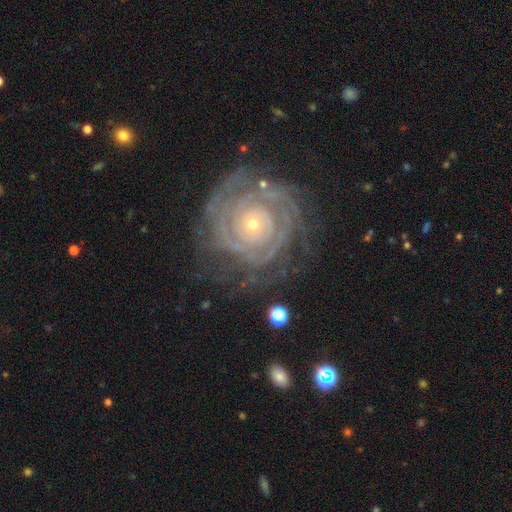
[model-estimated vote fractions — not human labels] featured or disk 81%, smooth 10%, star or artifact 9%. Down the decision tree: edge-on disk — no (97%); bar — no (79%); spiral arms — yes (93%); spiral arm count — can't tell (39%); spiral winding — tight (83%); bulge size — small (69%); merging — none (75%).